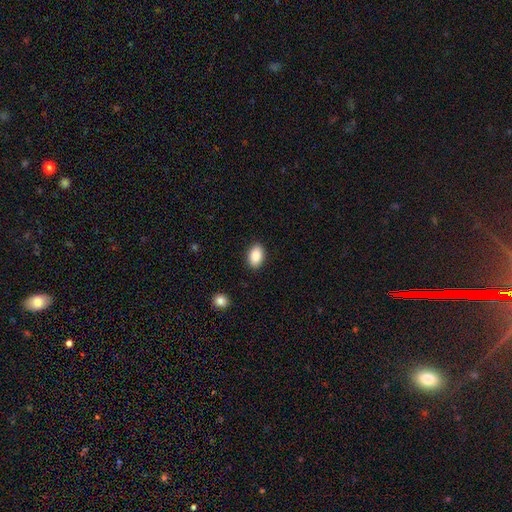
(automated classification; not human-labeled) This appears to be a smooth galaxy with no disk features (87%) that is in between round and cigar-shaped (90%). Merging: none (89%).